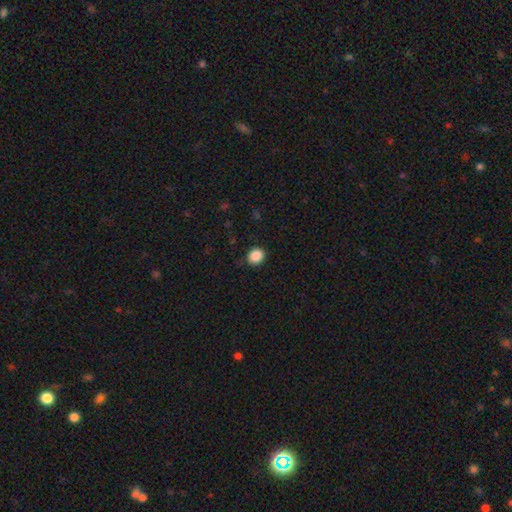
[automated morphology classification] This appears to be a smooth galaxy with no disk features (88%) that is round (69%). Merging: none (86%).